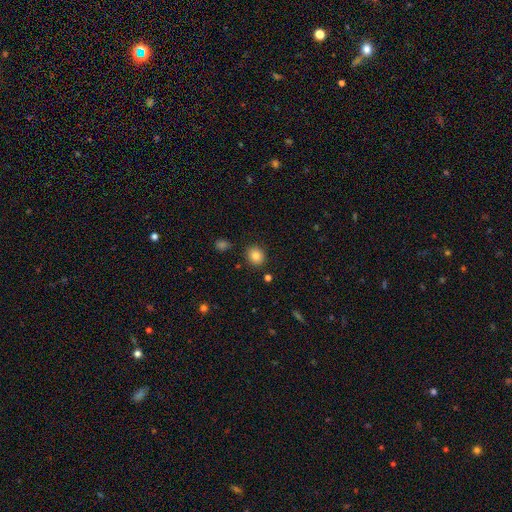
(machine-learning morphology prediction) Smooth or featured? Predicted: smooth (p=0.84). How rounded? Predicted: round (p=0.75). Merging? Predicted: none (p=0.87).